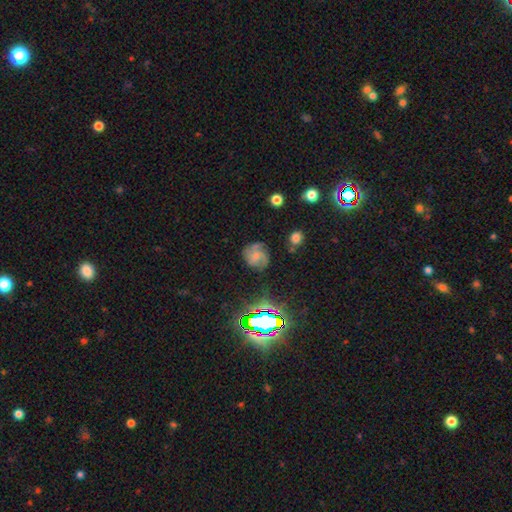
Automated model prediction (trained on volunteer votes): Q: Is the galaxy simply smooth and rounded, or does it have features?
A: featured or disk — 60%.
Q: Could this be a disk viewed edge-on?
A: no — 97%.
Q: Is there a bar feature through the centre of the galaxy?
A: no — 68%.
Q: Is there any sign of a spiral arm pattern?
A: yes — 91%.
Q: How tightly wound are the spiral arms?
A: medium — 45%.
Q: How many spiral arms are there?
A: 2 — 37%.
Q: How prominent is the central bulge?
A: small — 49%.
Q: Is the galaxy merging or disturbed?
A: none — 63%.